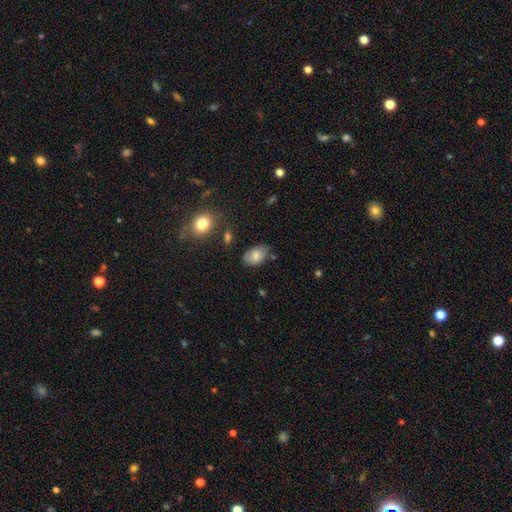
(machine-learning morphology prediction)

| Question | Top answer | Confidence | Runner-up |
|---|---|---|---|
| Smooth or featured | smooth | 78% | featured or disk (14%) |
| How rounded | in between | 88% | round (11%) |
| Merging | none | 65% | minor disturbance (25%) |